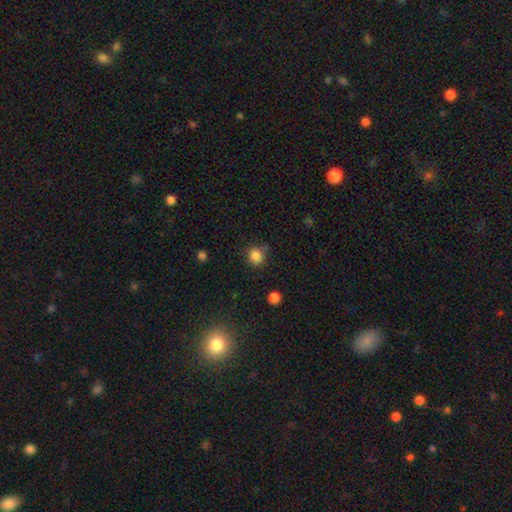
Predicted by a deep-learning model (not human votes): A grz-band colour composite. It shows a smooth galaxy with no disk features (83%) that is round (83%). Merging: none (72%).